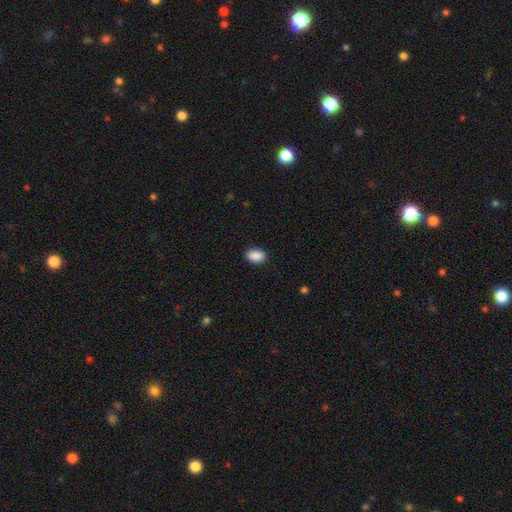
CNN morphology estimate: smooth-or-featured: smooth: 90% | star or artifact: 7% | featured or disk: 2%
  how-rounded: in between: 88% | round: 10% | cigar-shaped: 1%
  merging: none: 89% | minor disturbance: 8% | major disturbance: 2% | merger: 1%